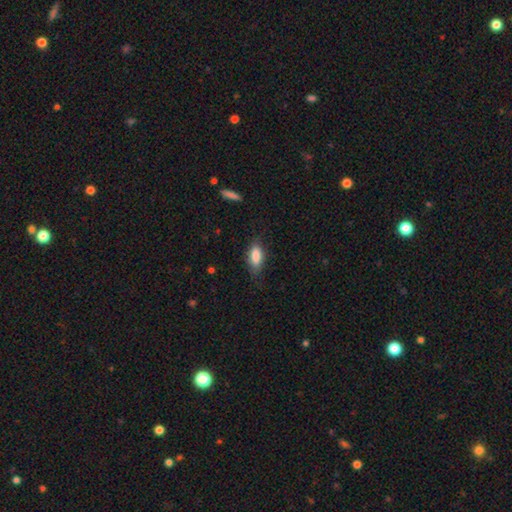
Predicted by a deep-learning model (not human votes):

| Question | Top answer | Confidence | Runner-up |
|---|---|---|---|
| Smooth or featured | smooth | 83% | featured or disk (10%) |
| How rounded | in between | 82% | cigar-shaped (15%) |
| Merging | none | 69% | minor disturbance (23%) |